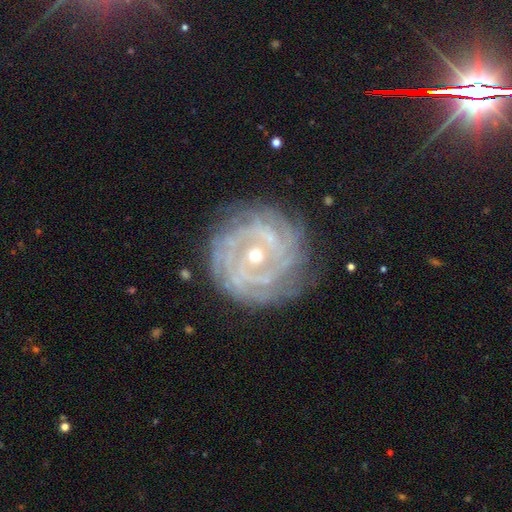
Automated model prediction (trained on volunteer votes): featured or disk 87%, smooth 7%, star or artifact 7%. Down the decision tree: edge-on disk — no (97%); bar — no (66%); spiral arms — yes (95%); spiral arm count — can't tell (32%); spiral winding — tight (82%); bulge size — moderate (51%); merging — none (78%).